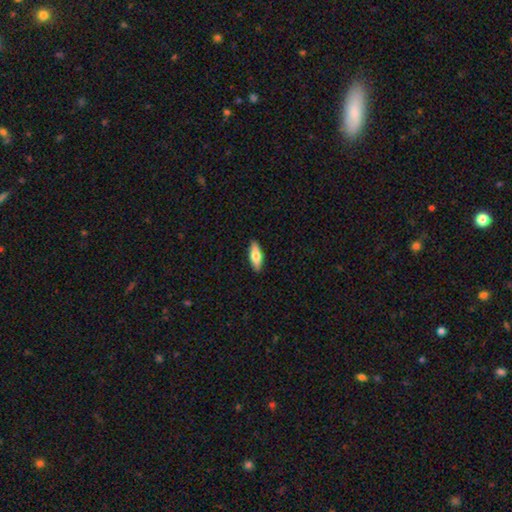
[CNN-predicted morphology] This is likely a smooth galaxy (65%). How rounded: likely in between (61%). Merging: clearly none (90%).